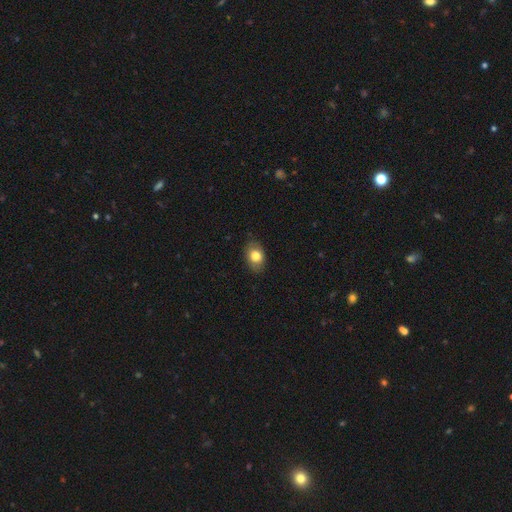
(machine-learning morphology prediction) A smooth galaxy with no disk features (79%) that is in between round and cigar-shaped (82%).

Vote fractions:
- Smooth or featured? smooth: 79% / featured or disk: 13% / star or artifact: 8%
- How rounded? in between: 82% / round: 17% / cigar-shaped: 1%
- Merging? none: 85% / minor disturbance: 11% / major disturbance: 2% / merger: 1%